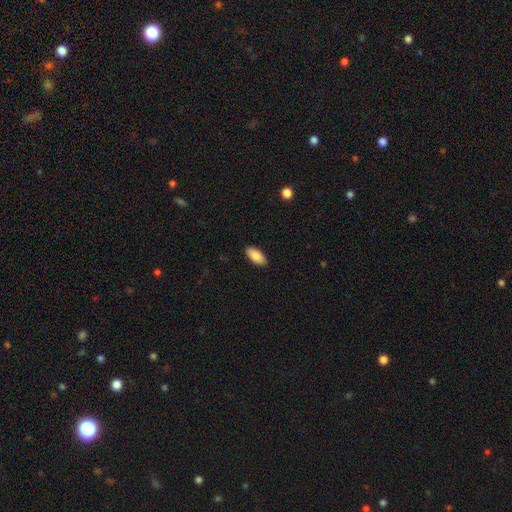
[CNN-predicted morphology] This is clearly a smooth galaxy (86%). How rounded: clearly in between (92%). Merging: clearly none (89%).